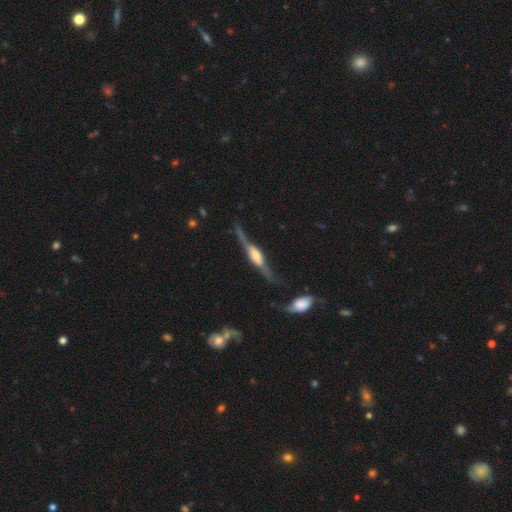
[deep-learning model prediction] Q: Smooth or featured?
A: featured or disk (82%); runner-up: smooth (13%)
Q: Edge-on disk?
A: yes (90%); runner-up: no (10%)
Q: Edge-on bulge?
A: rounded (56%); runner-up: boxy (39%)
Q: Merging?
A: none (64%); runner-up: minor disturbance (20%)